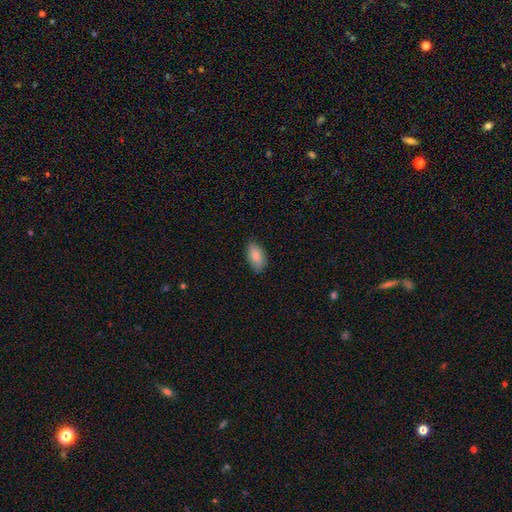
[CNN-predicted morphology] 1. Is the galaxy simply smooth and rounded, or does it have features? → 87% smooth, 6% featured or disk, 6% star or artifact.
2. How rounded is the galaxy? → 94% in between, 3% round, 3% cigar-shaped.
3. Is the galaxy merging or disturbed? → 81% none, 15% minor disturbance, 3% major disturbance, 1% merger.